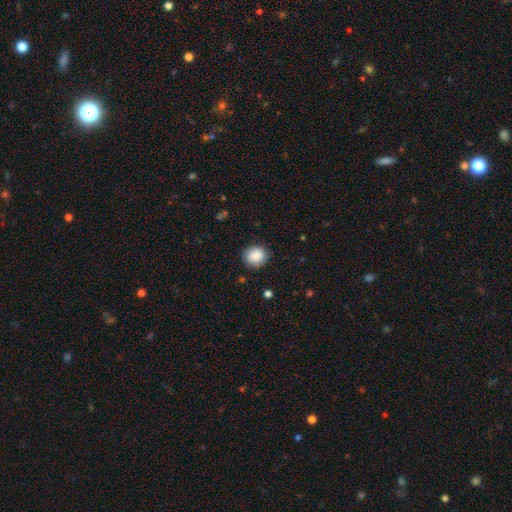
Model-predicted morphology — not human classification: smooth 88%, star or artifact 8%, featured or disk 4%. Down the decision tree: how rounded — round (87%); merging — none (88%).